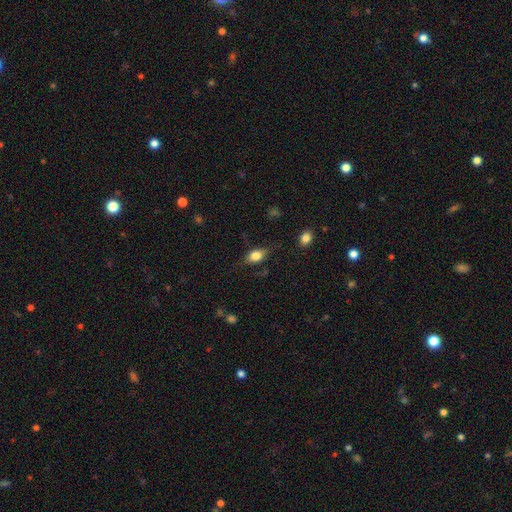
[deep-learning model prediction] Morphology: type=smooth (75%); roundness=in between (81%); merging=none (74%).